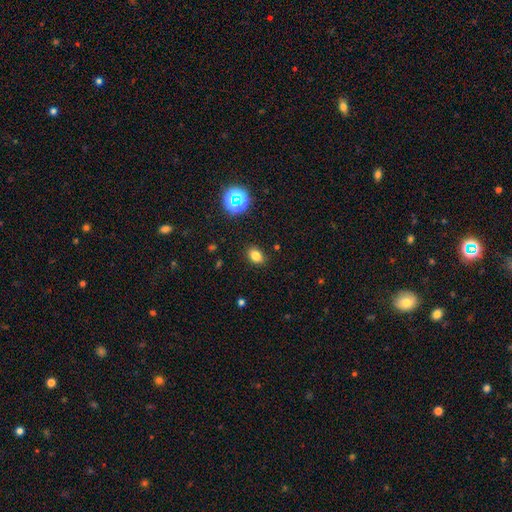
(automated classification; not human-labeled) Smooth or featured?
  - smooth: 79% *
  - star or artifact: 15%
  - featured or disk: 6%
How rounded?
  - in between: 66% *
  - round: 33%
  - cigar-shaped: 1%
Merging?
  - none: 88% *
  - minor disturbance: 9%
  - major disturbance: 3%
  - merger: 1%